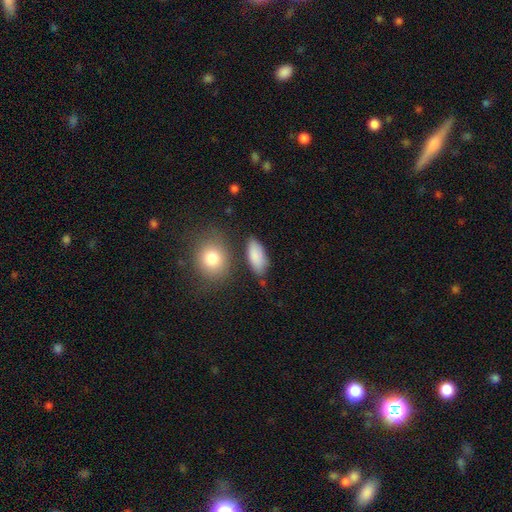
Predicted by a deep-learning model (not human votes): The model was most divided on "merging": none: 73%, minor disturbance: 17%, merger: 6%, major disturbance: 5%. More confident: smooth or featured — smooth (86%); how rounded — in between (86%).